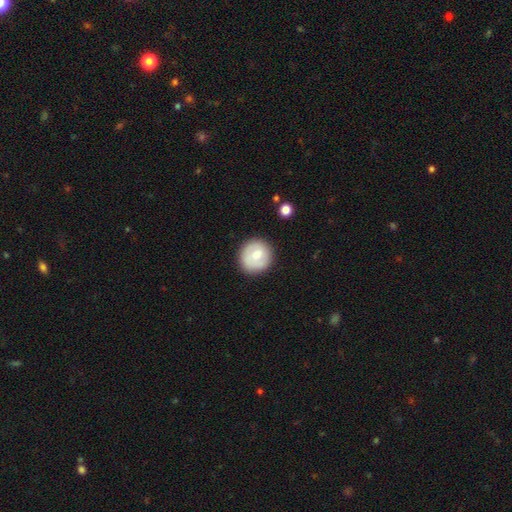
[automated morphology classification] Q: Smooth or featured?
A: smooth (69%); runner-up: featured or disk (24%)
Q: How rounded?
A: round (91%); runner-up: in between (8%)
Q: Merging?
A: none (83%); runner-up: minor disturbance (12%)